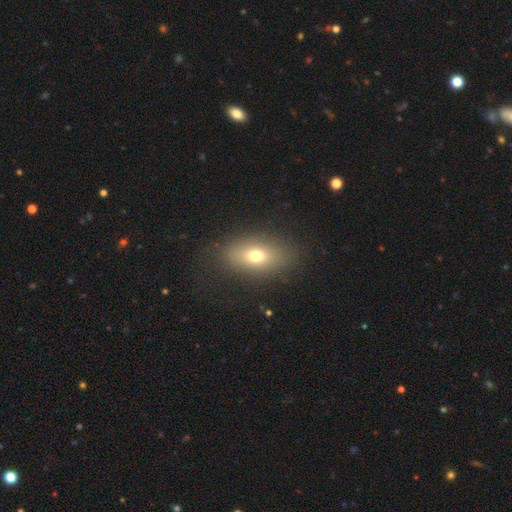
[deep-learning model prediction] Smooth or featured?
  - smooth: 71% *
  - featured or disk: 17%
  - star or artifact: 12%
How rounded?
  - in between: 82% *
  - round: 13%
  - cigar-shaped: 5%
Merging?
  - none: 82% *
  - minor disturbance: 11%
  - major disturbance: 6%
  - merger: 1%